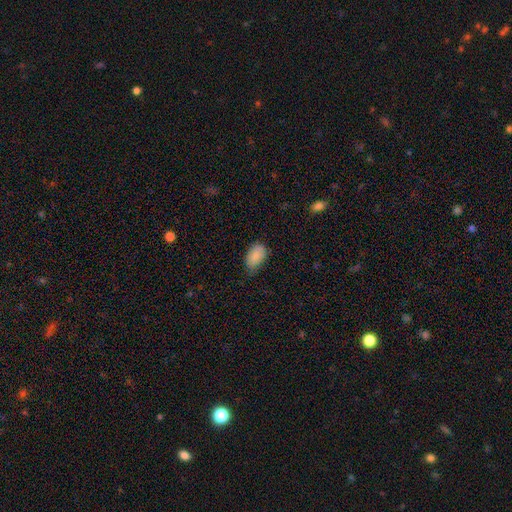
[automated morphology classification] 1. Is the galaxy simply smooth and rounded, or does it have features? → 88% smooth, 7% star or artifact, 5% featured or disk.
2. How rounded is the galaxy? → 93% in between, 6% round, 2% cigar-shaped.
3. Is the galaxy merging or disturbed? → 59% none, 34% minor disturbance, 6% major disturbance, 1% merger.